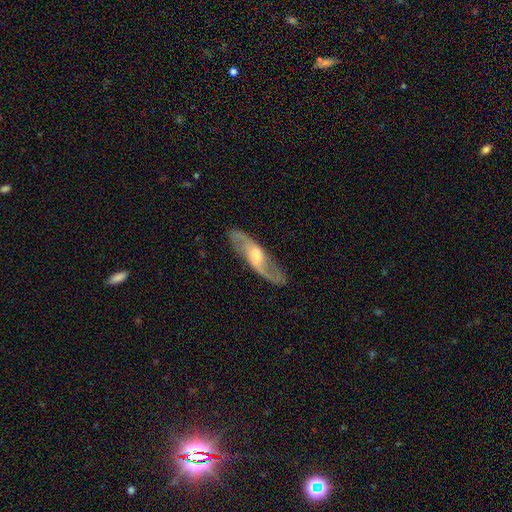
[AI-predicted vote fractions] A featured or disk galaxy (76%) with a weak bar (48%), 2 (89%) loose (51%) spiral arms (90%) and a moderate central bulge (55%). Merging: none (82%).